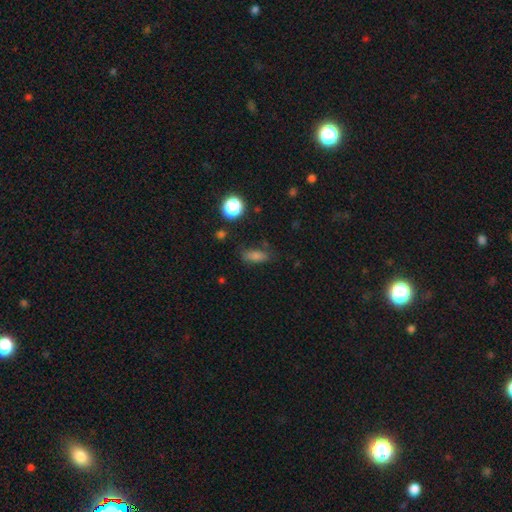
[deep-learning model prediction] Morphology: type=smooth (72%); roundness=in between (65%); merging=none (73%).